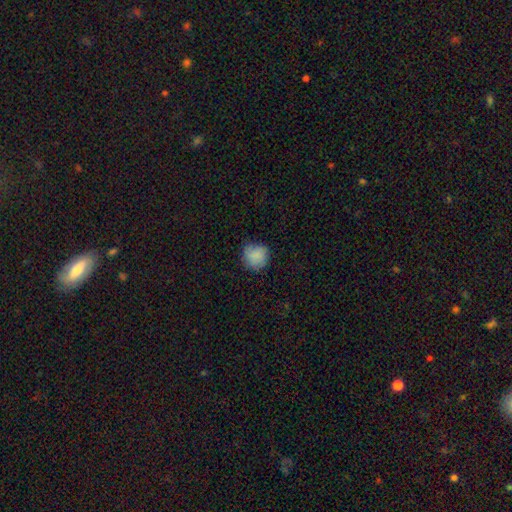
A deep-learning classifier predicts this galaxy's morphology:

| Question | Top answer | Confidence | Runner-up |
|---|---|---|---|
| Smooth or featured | smooth | 82% | featured or disk (10%) |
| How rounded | round | 85% | in between (14%) |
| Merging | none | 69% | minor disturbance (23%) |